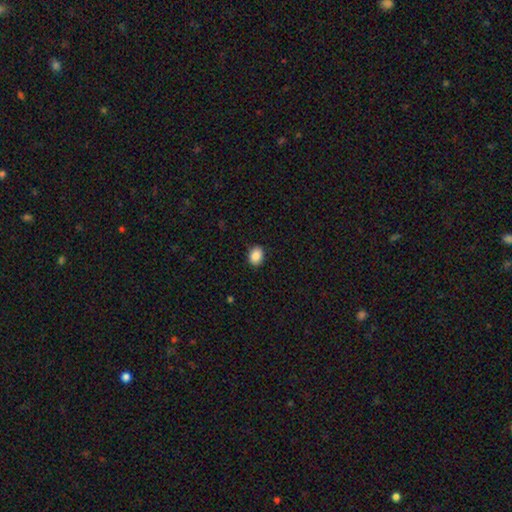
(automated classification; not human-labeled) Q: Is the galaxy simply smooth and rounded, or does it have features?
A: smooth — 88%.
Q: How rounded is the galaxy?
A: in between — 63%.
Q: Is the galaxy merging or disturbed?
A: none — 88%.